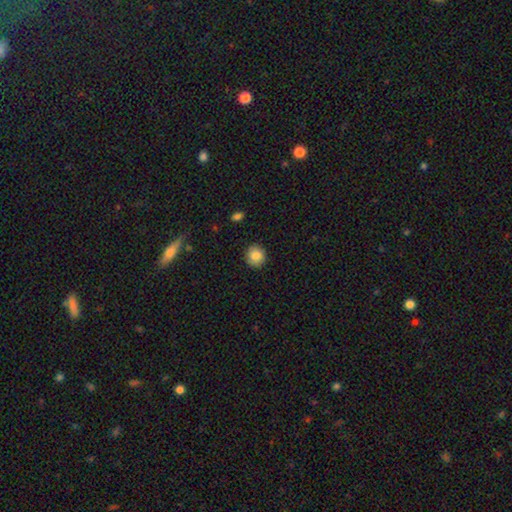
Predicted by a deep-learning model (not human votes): Morphology: type=smooth (84%); roundness=round (88%); merging=none (90%).